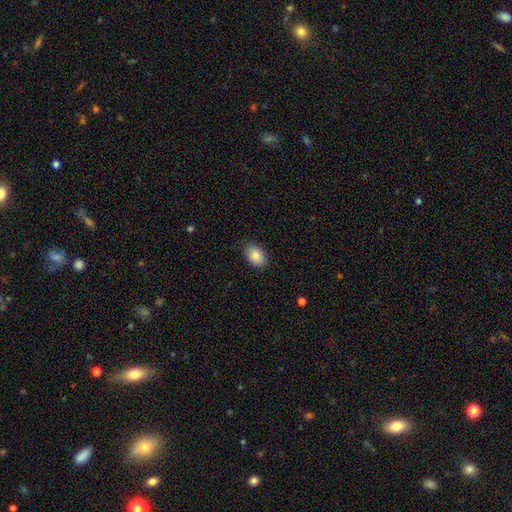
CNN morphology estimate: A smooth galaxy with no disk features (87%) that is in between round and cigar-shaped (88%).

Vote fractions:
- Smooth or featured? smooth: 87% / star or artifact: 7% / featured or disk: 6%
- How rounded? in between: 88% / round: 10% / cigar-shaped: 1%
- Merging? none: 82% / minor disturbance: 15% / major disturbance: 3% / merger: 1%